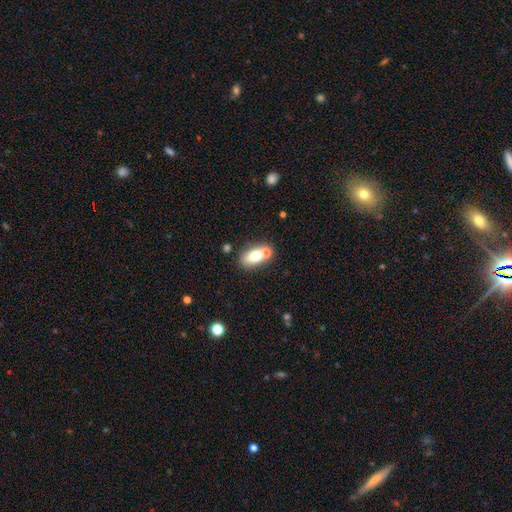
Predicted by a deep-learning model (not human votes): smooth 70%, featured or disk 21%, star or artifact 8%. Down the decision tree: how rounded — in between (84%); merging — none (57%).